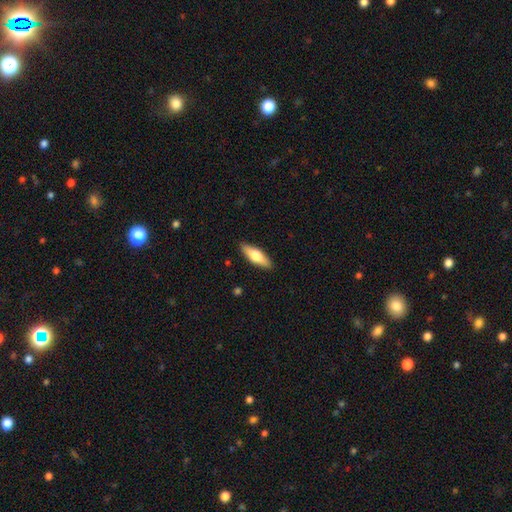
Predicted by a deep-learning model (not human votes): A smooth galaxy with no disk features (57%) that is in between round and cigar-shaped (51%).

Vote fractions:
- Smooth or featured? smooth: 57% / featured or disk: 37% / star or artifact: 5%
- How rounded? in between: 51% / cigar-shaped: 46% / round: 2%
- Merging? none: 89% / minor disturbance: 8% / major disturbance: 2% / merger: 1%